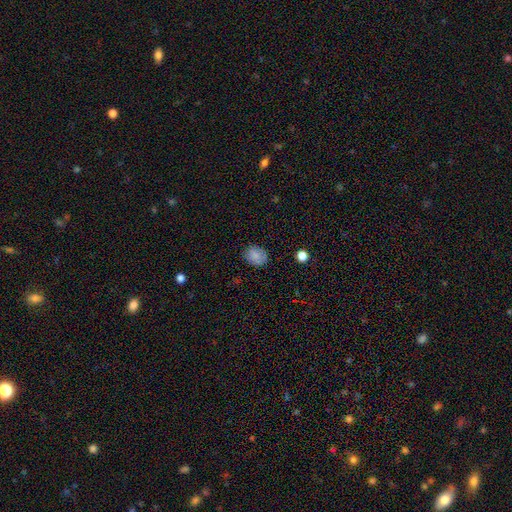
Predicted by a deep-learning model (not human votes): This is clearly a smooth galaxy (83%). How rounded: possibly round (51%). Merging: clearly none (82%).